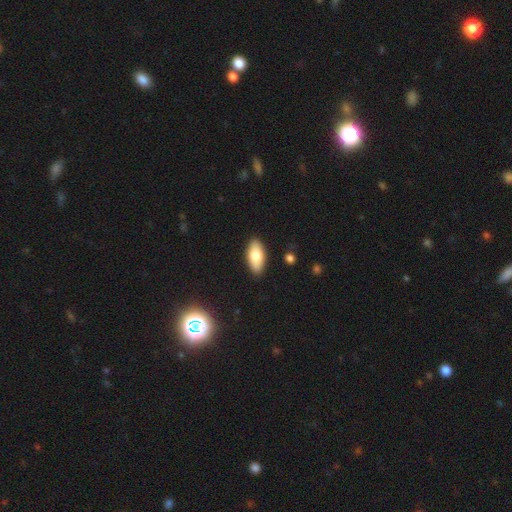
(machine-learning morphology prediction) Overall: smooth (76%). How rounded: in between (89%). Merging: none (89%).